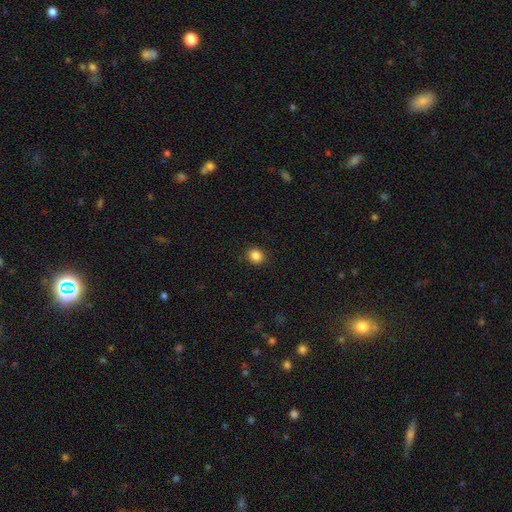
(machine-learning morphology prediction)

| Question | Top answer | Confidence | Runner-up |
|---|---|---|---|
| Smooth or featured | smooth | 86% | star or artifact (11%) |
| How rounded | round | 76% | in between (24%) |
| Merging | none | 90% | minor disturbance (7%) |